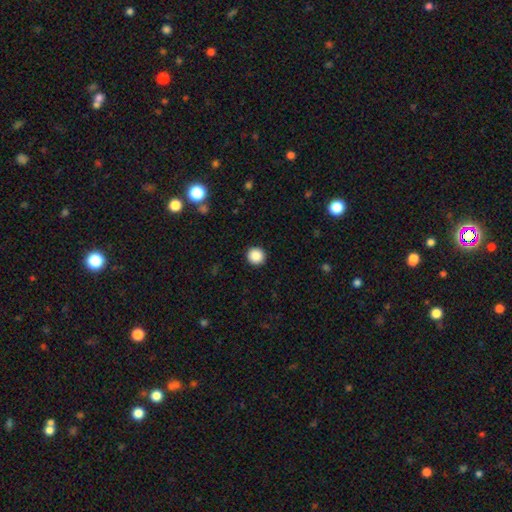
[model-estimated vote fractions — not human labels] smooth-or-featured: smooth: 88% | star or artifact: 9% | featured or disk: 3%
  how-rounded: round: 95% | in between: 4% | cigar-shaped: 1%
  merging: none: 93% | minor disturbance: 4% | major disturbance: 2% | merger: 1%